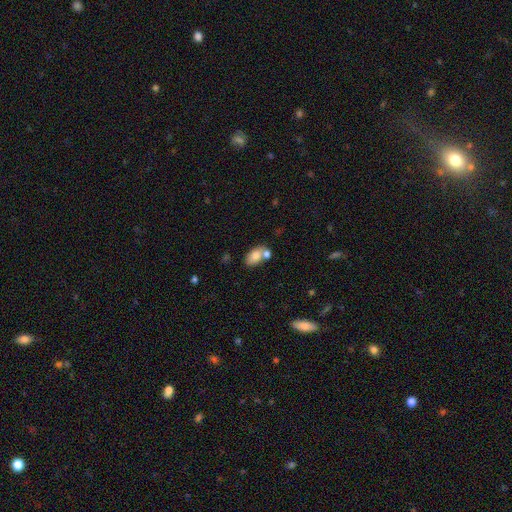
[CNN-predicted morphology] A smooth galaxy with no disk features (76%) that is in between round and cigar-shaped (88%).

Vote fractions:
- Smooth or featured? smooth: 76% / featured or disk: 15% / star or artifact: 8%
- How rounded? in between: 88% / round: 10% / cigar-shaped: 2%
- Merging? none: 45% / merger: 37% / minor disturbance: 13% / major disturbance: 5%